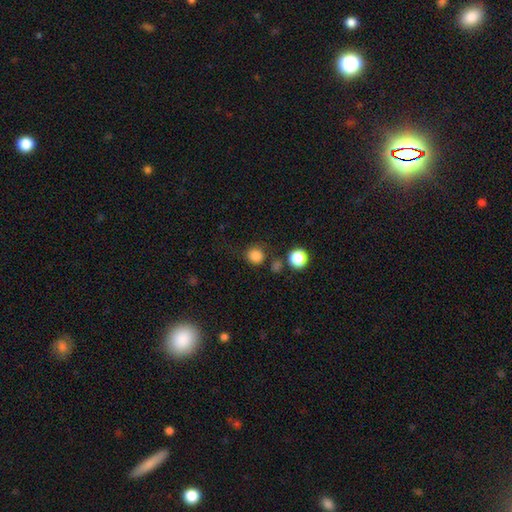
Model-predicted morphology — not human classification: type=smooth (83%); roundness=round (90%); merging=none (77%).